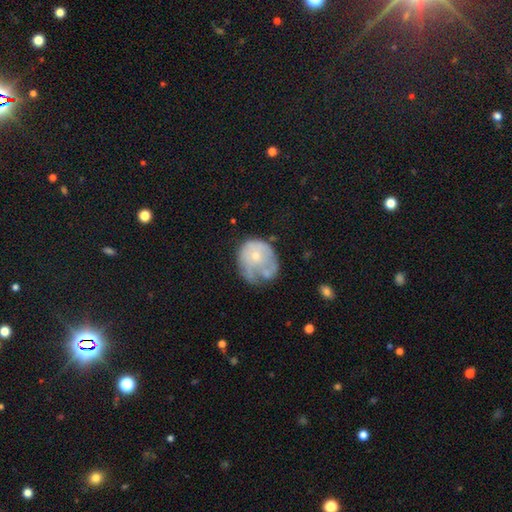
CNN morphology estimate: type=smooth (46%, tied with featured or disk); merging=none (30%).